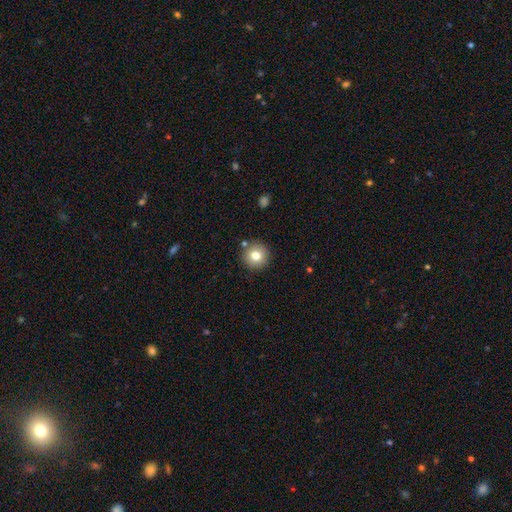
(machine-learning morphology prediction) This appears to be a smooth galaxy with no disk features (78%) that is round (95%). Merging: none (87%).